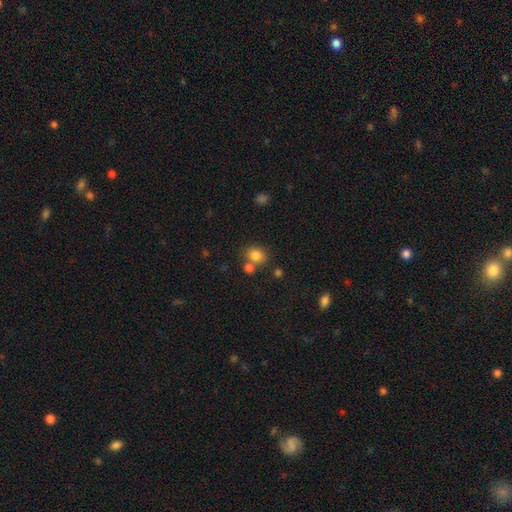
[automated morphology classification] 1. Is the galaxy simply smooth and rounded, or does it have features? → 82% smooth, 12% star or artifact, 7% featured or disk.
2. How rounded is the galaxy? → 56% round, 43% in between, 1% cigar-shaped.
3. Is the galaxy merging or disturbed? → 62% none, 23% merger, 11% minor disturbance, 4% major disturbance.